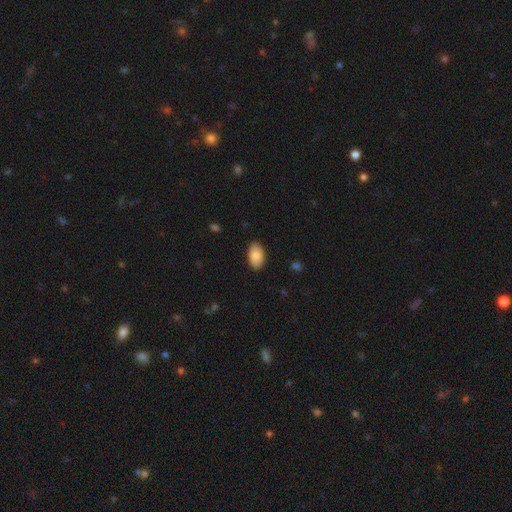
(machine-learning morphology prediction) This appears to be a smooth galaxy with no disk features (88%) that is in between round and cigar-shaped (94%). Merging: none (89%).